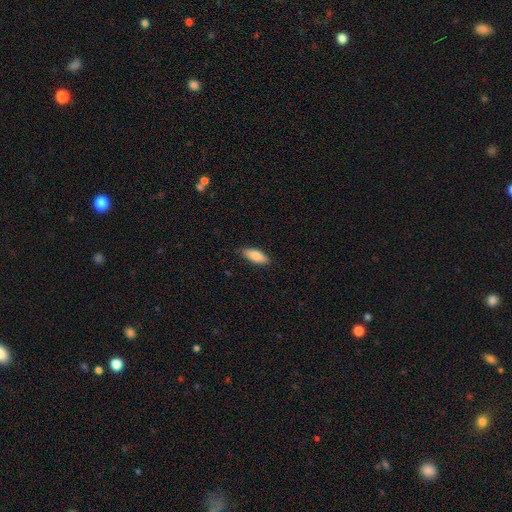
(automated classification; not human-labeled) Morphology: type=smooth (84%); roundness=in between (73%); merging=none (84%).